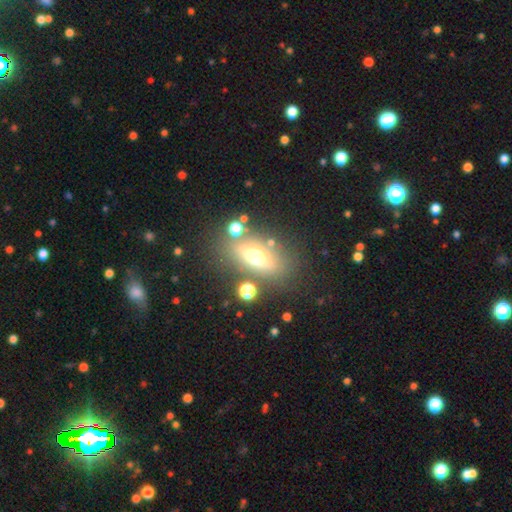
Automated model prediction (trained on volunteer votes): Overall: smooth (46%; featured or disk 39%). Merging: none (75%).